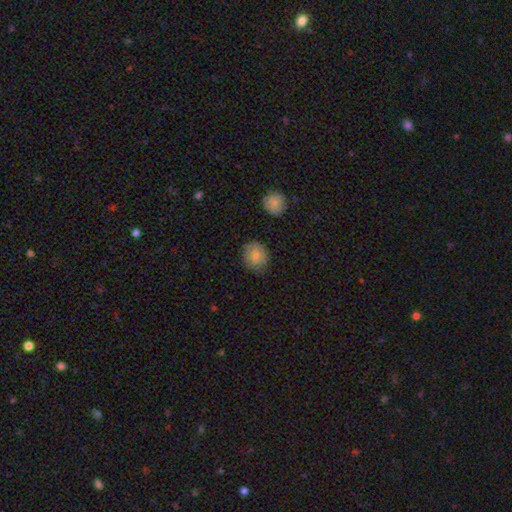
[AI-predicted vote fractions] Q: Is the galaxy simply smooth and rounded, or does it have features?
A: smooth — 77%.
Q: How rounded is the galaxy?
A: round — 77%.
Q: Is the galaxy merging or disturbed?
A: none — 81%.